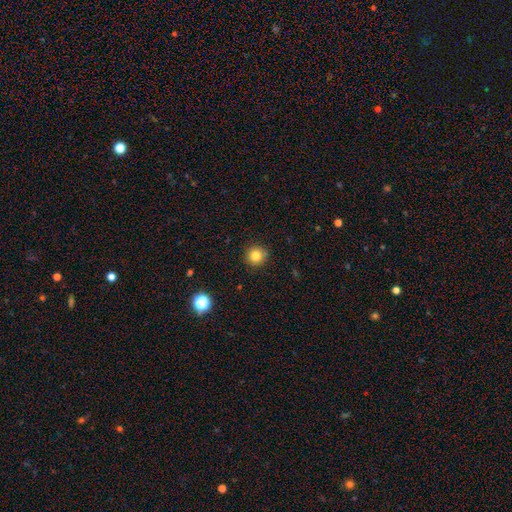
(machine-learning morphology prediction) Smooth or featured? smooth (81%)
How rounded? round (95%)
Merging? none (89%)